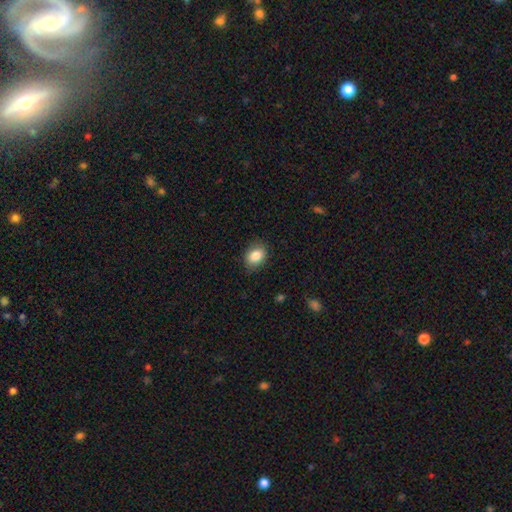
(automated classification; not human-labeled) The model was most divided on "how rounded": in between: 69%, round: 29%, cigar-shaped: 1%. More confident: smooth or featured — smooth (85%); merging — none (82%).